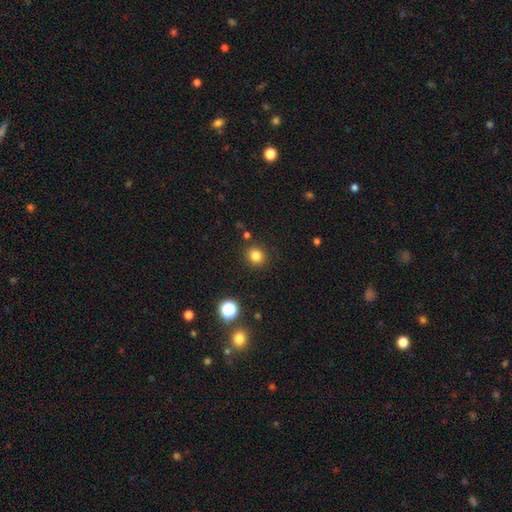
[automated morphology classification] Smooth or featured? Predicted: smooth (p=0.81). How rounded? Predicted: round (p=0.86). Merging? Predicted: none (p=0.88).